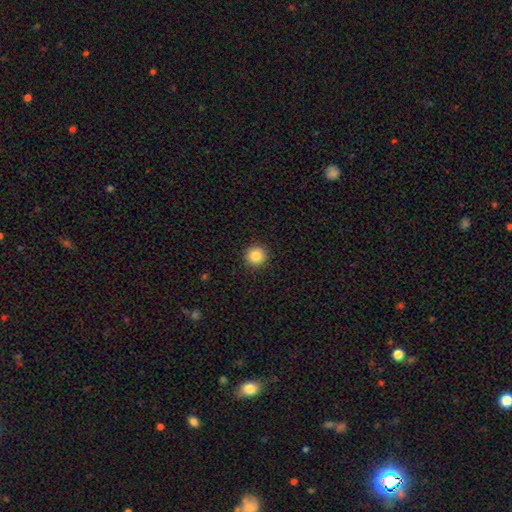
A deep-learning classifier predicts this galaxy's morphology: Smooth or featured? Predicted: smooth (p=0.85). How rounded? Predicted: round (p=0.95). Merging? Predicted: none (p=0.93).